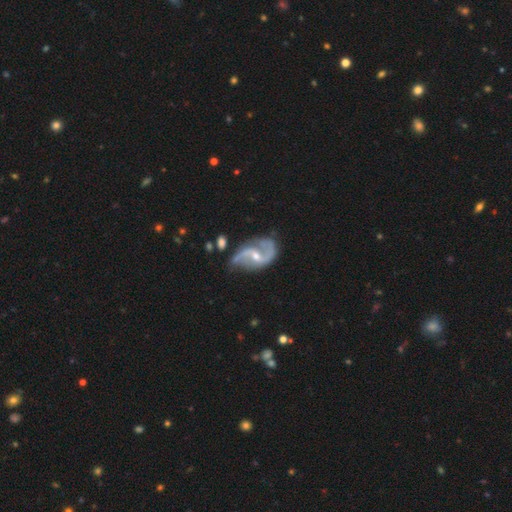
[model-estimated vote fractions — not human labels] smooth-or-featured: featured or disk: 91% | star or artifact: 5% | smooth: 5%
  disk-edge-on: no: 98% | yes: 2%
    bar: weak: 46% | no: 36% | strong: 18%
    has-spiral-arms: yes: 97% | no: 3%
      spiral-winding: loose: 57% | medium: 34% | tight: 9%
      spiral-arm-count: 2: 91% | can't tell: 3% | 1: 2% | 3: 2% | 4: 1% | more than 4: 1%
    bulge-size: small: 51% | moderate: 46% | none: 2% | large: 1% | dominant: 1%
  merging: none: 60% | minor disturbance: 24% | major disturbance: 12% | merger: 4%